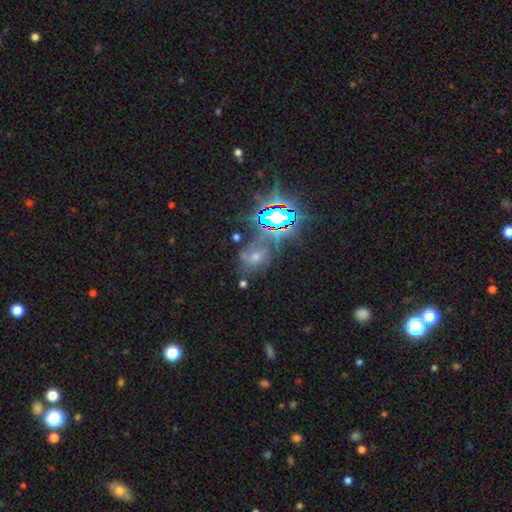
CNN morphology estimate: smooth-or-featured: star or artifact: 41% | featured or disk: 36% | smooth: 24%